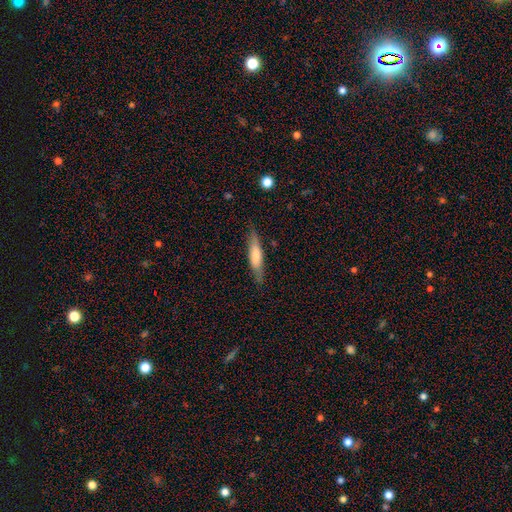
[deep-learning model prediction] smooth_or_featured: smooth (p=0.63) [alt: featured or disk p=0.31]
how_rounded: cigar-shaped (p=0.78) [alt: in between p=0.20]
merging: none (p=0.82) [alt: minor disturbance p=0.13]